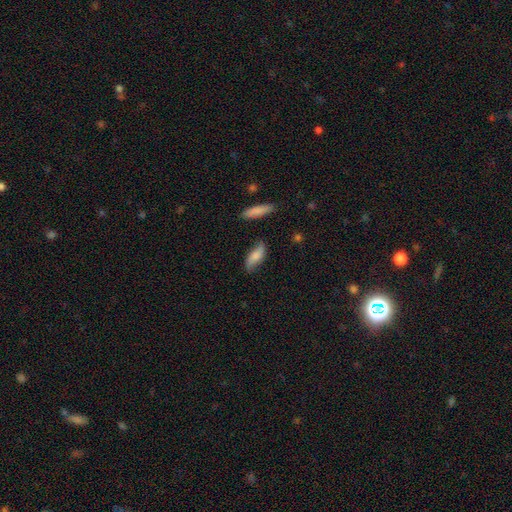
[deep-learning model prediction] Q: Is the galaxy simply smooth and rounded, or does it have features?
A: smooth — 62%.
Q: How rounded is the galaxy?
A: in between — 72%.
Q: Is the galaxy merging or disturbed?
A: none — 69%.